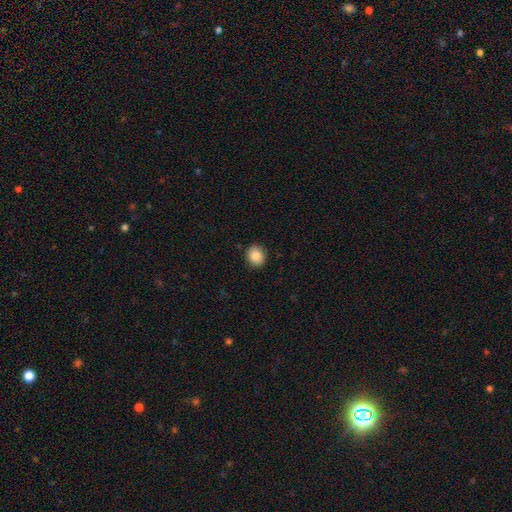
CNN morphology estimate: Smooth or featured?
  - smooth: 87% *
  - star or artifact: 8%
  - featured or disk: 4%
How rounded?
  - round: 59% *
  - in between: 40%
  - cigar-shaped: 1%
Merging?
  - none: 89% *
  - minor disturbance: 8%
  - major disturbance: 2%
  - merger: 1%